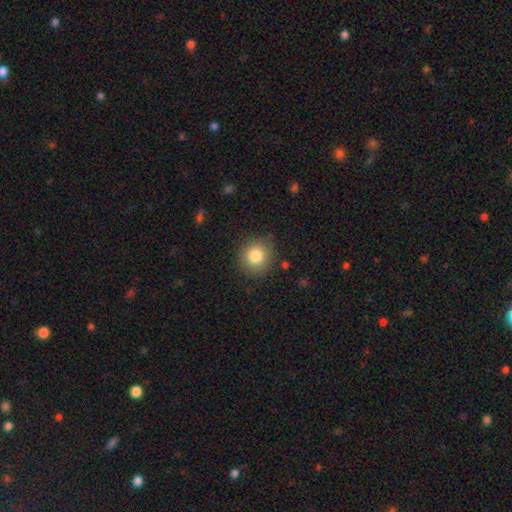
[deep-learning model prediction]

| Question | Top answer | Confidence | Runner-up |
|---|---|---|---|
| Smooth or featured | smooth | 83% | star or artifact (10%) |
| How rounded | round | 89% | in between (10%) |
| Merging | none | 87% | minor disturbance (9%) |